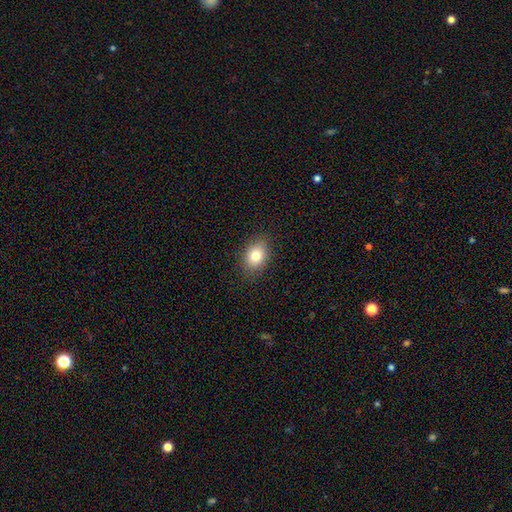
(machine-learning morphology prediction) Smooth or featured?
  - smooth: 81% *
  - star or artifact: 10%
  - featured or disk: 9%
How rounded?
  - in between: 69% *
  - round: 30%
  - cigar-shaped: 1%
Merging?
  - none: 87% *
  - minor disturbance: 10%
  - major disturbance: 2%
  - merger: 1%